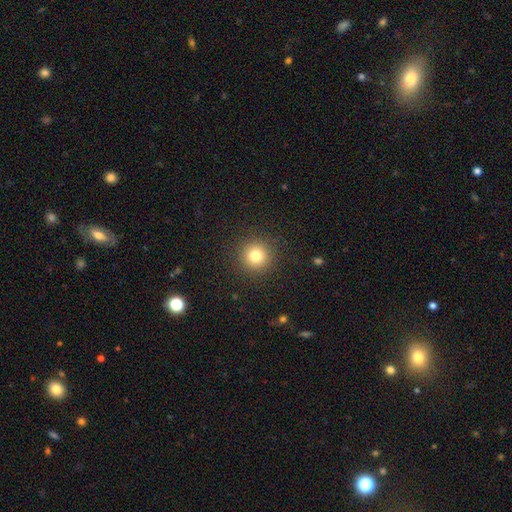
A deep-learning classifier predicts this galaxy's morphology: Overall: smooth (79%). How rounded: round (95%). Merging: none (91%).